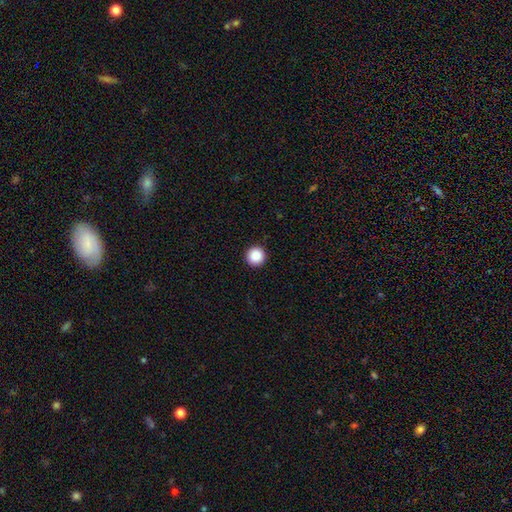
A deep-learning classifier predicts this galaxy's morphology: smooth 88%, star or artifact 9%, featured or disk 3%. Down the decision tree: how rounded — round (97%); merging — none (94%).